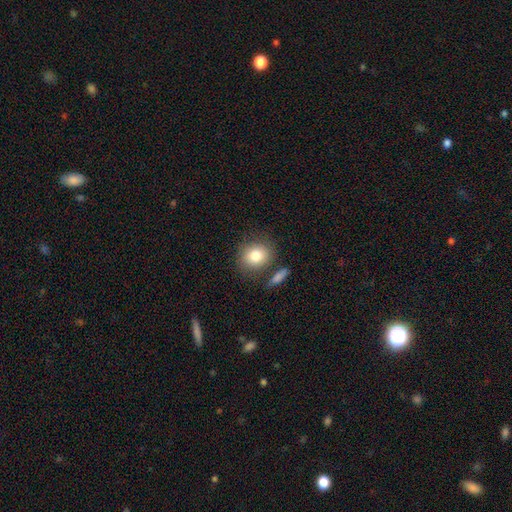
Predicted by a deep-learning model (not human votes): Smooth or featured: smooth — 82% (featured or disk — 10%)
How rounded: round — 65% (in between — 33%)
Merging: none — 73% (minor disturbance — 13%)